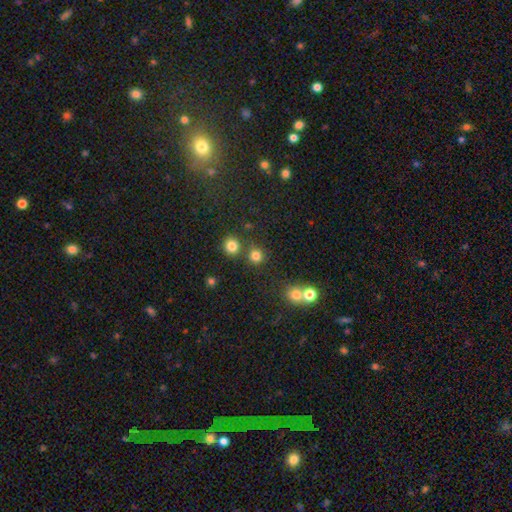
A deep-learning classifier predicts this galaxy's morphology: Overall: smooth (79%). How rounded: round (91%). Merging: none (75%).